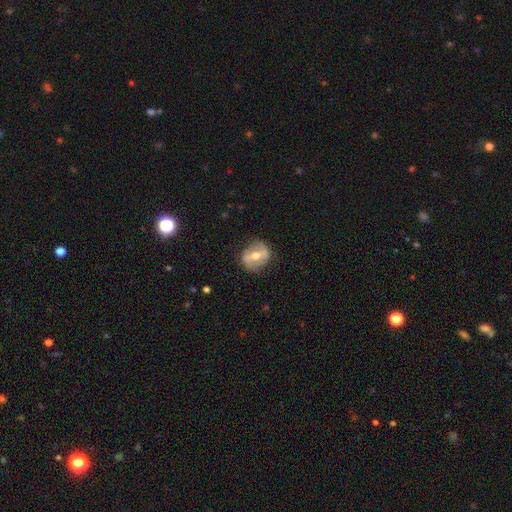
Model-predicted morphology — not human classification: type=featured or disk (64%); edge-on=no (94%); bar=strong (42%); spiral arms=yes (63%); bulge=moderate (69%); merging=none (83%).